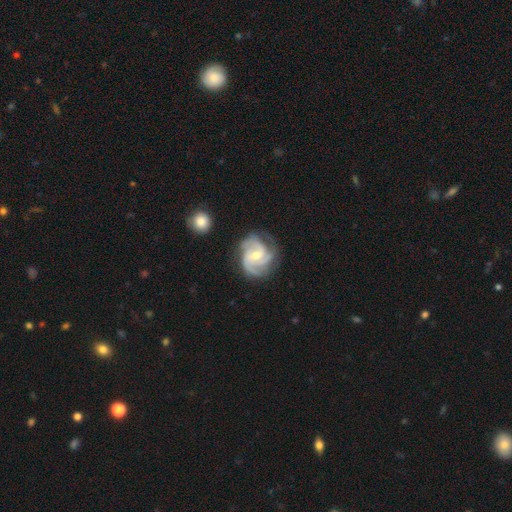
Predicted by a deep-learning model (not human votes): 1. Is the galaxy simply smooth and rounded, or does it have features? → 89% featured or disk, 6% smooth, 4% star or artifact.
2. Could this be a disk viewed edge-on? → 98% no, 2% yes.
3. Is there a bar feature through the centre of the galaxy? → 49% no, 42% weak, 9% strong.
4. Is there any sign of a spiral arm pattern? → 98% yes, 2% no.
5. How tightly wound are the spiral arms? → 46% medium, 45% tight, 9% loose.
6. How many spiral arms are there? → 60% 3, 15% 4, 10% 2, 8% can't tell, 4% more than 4, 4% 1.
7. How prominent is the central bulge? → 49% moderate, 47% small, 2% large, 2% none, 1% dominant.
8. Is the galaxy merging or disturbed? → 70% none, 20% minor disturbance, 8% major disturbance, 2% merger.